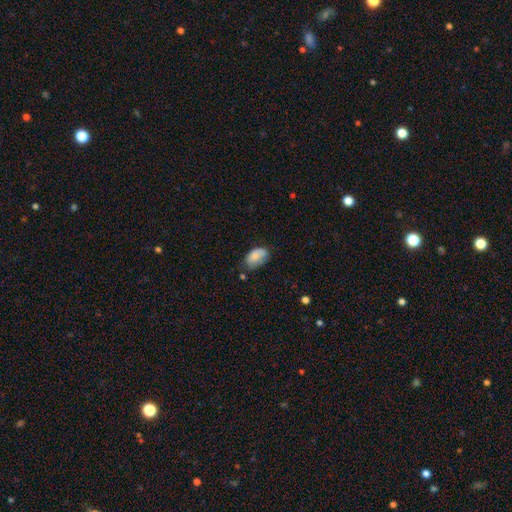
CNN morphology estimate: Smooth or featured? smooth (78%)
How rounded? in between (91%)
Merging? none (48%)